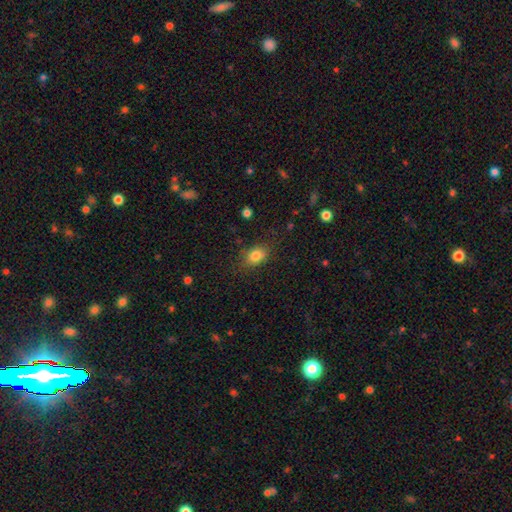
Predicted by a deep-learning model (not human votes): This appears to be a smooth galaxy with no disk features (82%) that is in between round and cigar-shaped (71%). Merging: none (79%).